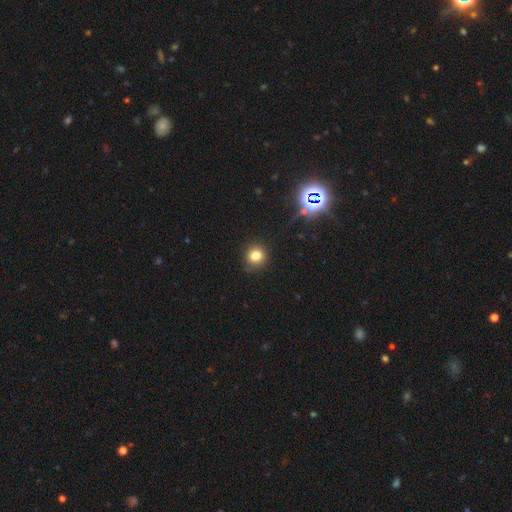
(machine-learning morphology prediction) This appears to be a smooth galaxy with no disk features (79%) that is round (88%). Merging: none (86%).